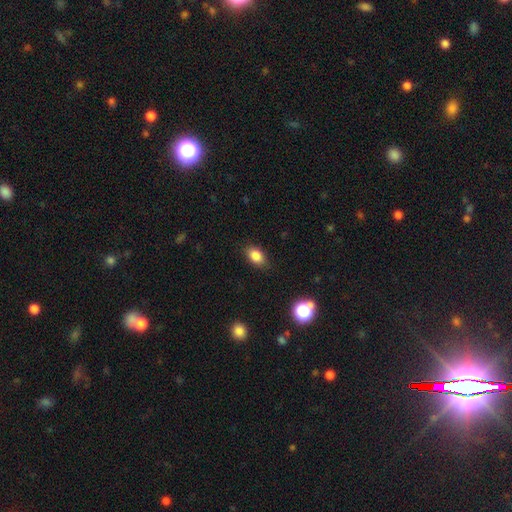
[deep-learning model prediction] smooth 84%, star or artifact 10%, featured or disk 6%. Down the decision tree: how rounded — in between (82%); merging — none (84%).